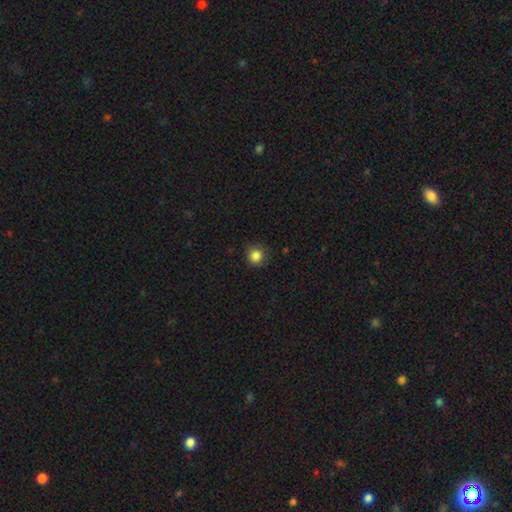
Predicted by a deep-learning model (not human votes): Overall: smooth (85%). How rounded: round (92%). Merging: none (83%).